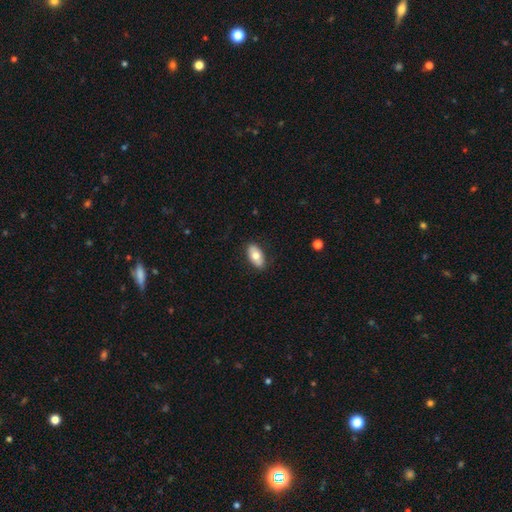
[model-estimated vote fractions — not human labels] This appears to be a smooth galaxy with no disk features (72%) that is in between round and cigar-shaped (92%). Merging: none (86%).